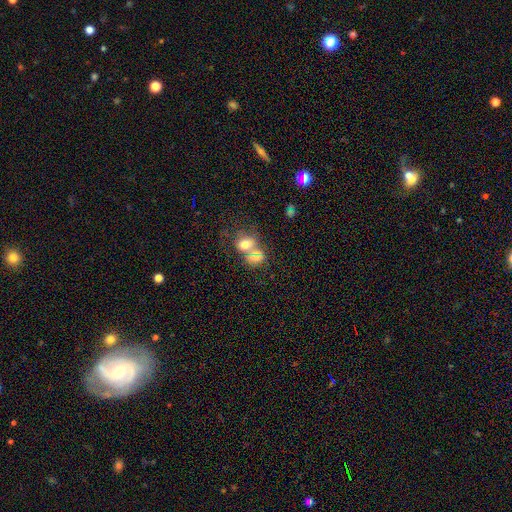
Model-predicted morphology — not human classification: Smooth or featured? Predicted: smooth (p=0.69). How rounded? Predicted: in between (p=0.60). Merging? Predicted: merger (p=0.64).